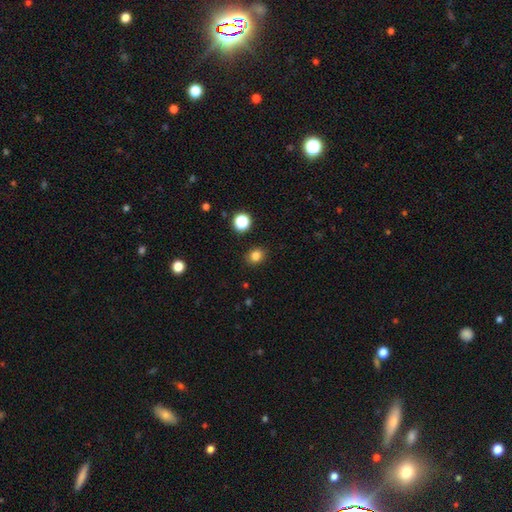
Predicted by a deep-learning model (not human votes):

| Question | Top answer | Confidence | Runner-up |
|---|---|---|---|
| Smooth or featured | smooth | 82% | star or artifact (13%) |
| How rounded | round | 63% | in between (36%) |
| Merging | none | 88% | minor disturbance (8%) |